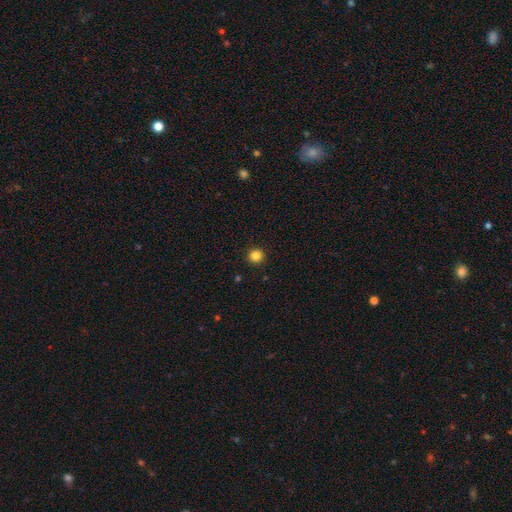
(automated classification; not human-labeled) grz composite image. It shows a smooth galaxy with no disk features (84%) that is round (94%). Merging: none (92%).